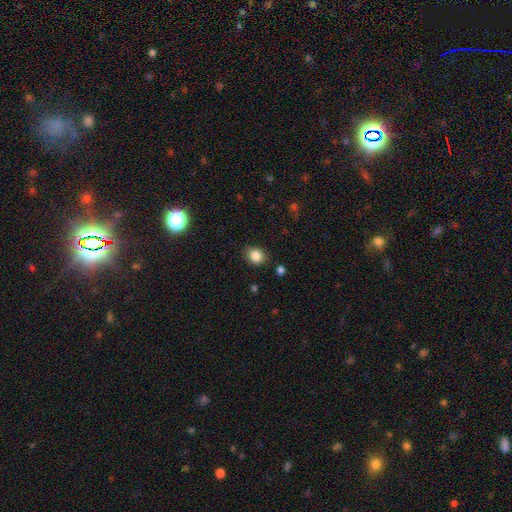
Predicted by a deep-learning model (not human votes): This appears to be a smooth galaxy with no disk features (84%) that is round (63%). Merging: none (82%).